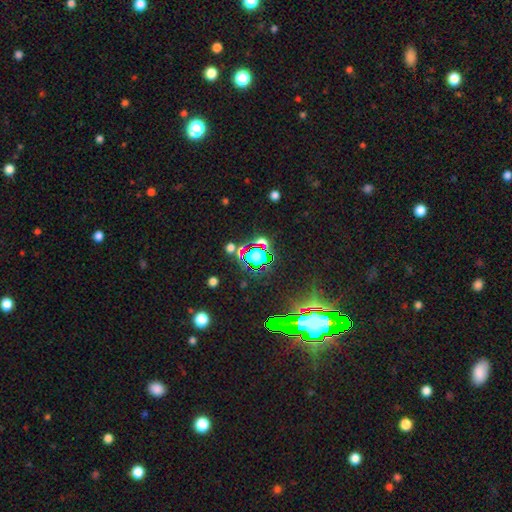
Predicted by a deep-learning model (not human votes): smooth_or_featured: star or artifact (p=0.61) [alt: smooth p=0.28]